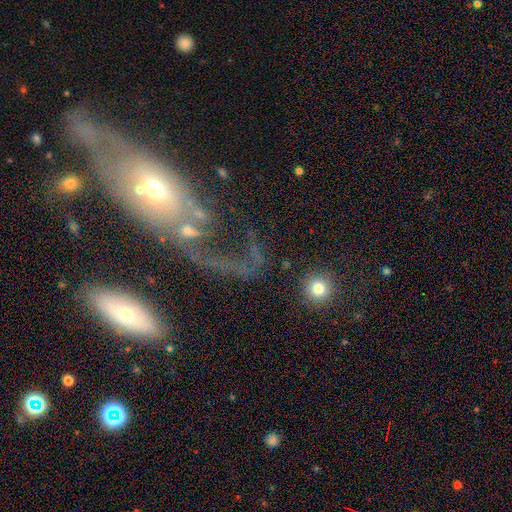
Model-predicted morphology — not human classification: smooth-or-featured: smooth: 44% | featured or disk: 39% | star or artifact: 16%
  merging: none: 46% | major disturbance: 24% | merger: 19% | minor disturbance: 11%